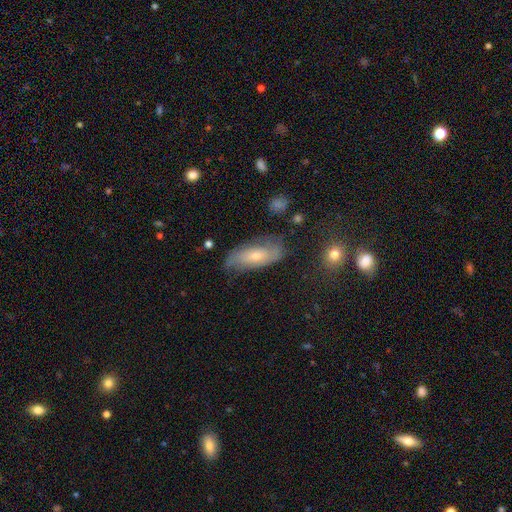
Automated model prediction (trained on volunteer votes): This is possibly a smooth galaxy (48%). Merging: likely none (62%).